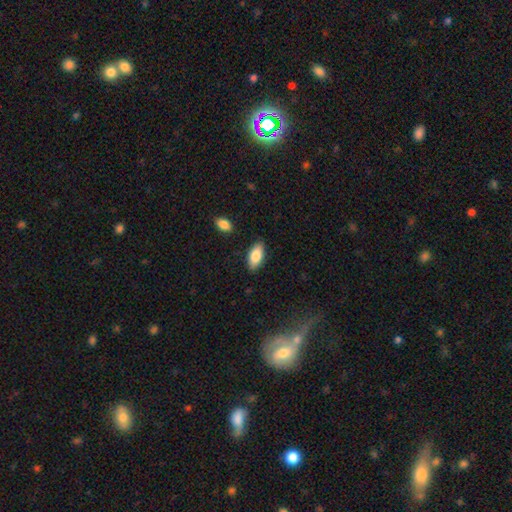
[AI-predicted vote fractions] Smooth or featured? smooth (84%)
How rounded? in between (90%)
Merging? none (86%)